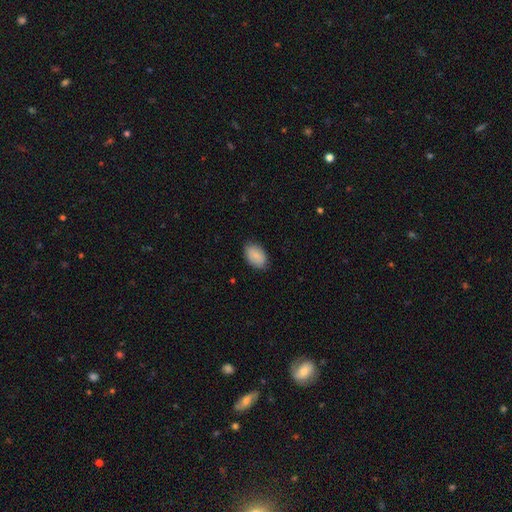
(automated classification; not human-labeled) Overall: smooth (87%). How rounded: in between (91%). Merging: none (84%).